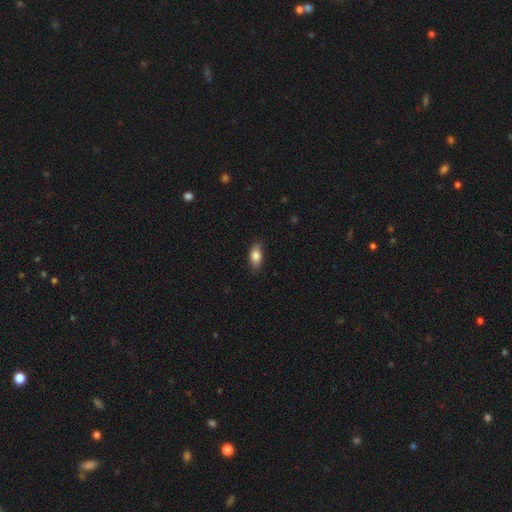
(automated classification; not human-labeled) smooth_or_featured: smooth (p=0.84) [alt: featured or disk p=0.09]
how_rounded: in between (p=0.88) [alt: cigar-shaped p=0.06]
merging: none (p=0.85) [alt: minor disturbance p=0.12]